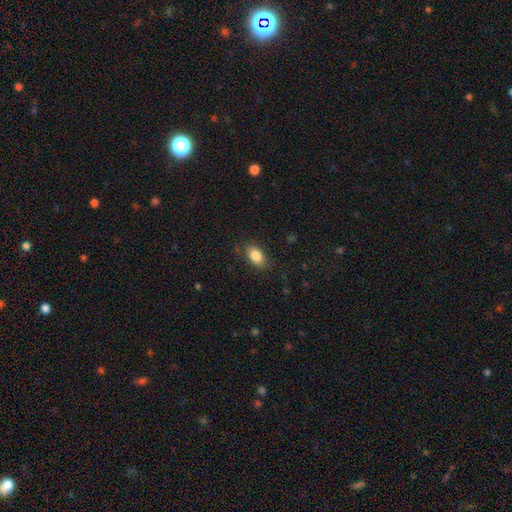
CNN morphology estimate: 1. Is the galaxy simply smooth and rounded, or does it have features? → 86% smooth, 8% star or artifact, 6% featured or disk.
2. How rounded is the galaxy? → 91% in between, 7% round, 3% cigar-shaped.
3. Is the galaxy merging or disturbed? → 85% none, 11% minor disturbance, 3% major disturbance, 1% merger.